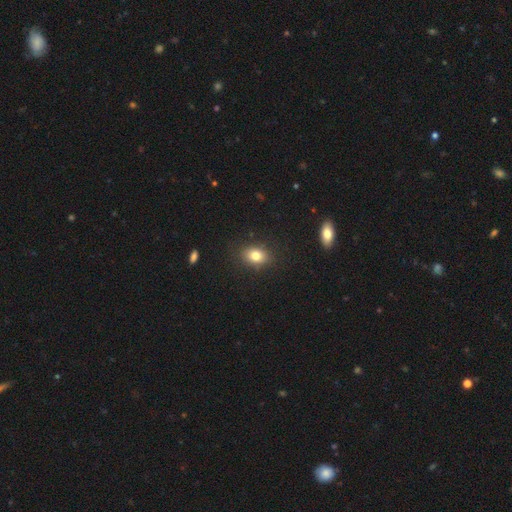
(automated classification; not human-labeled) Smooth or featured? Predicted: smooth (p=0.81). How rounded? Predicted: in between (p=0.72). Merging? Predicted: none (p=0.85).